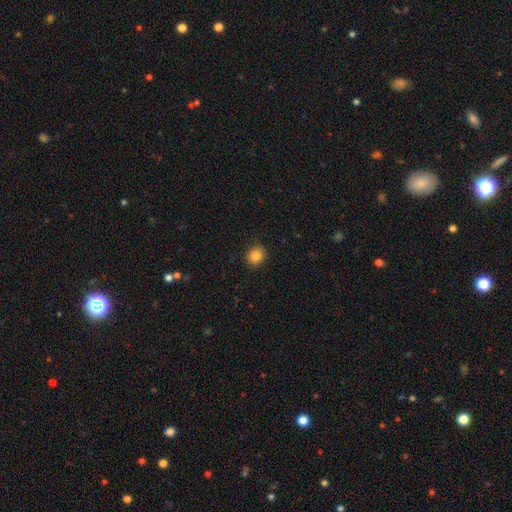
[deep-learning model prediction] Smooth or featured? smooth (85%)
How rounded? round (80%)
Merging? none (87%)